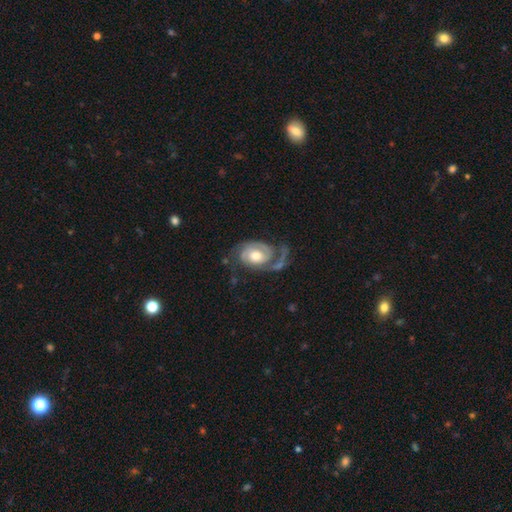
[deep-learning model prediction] featured or disk 84%, smooth 11%, star or artifact 4%. Down the decision tree: edge-on disk — no (97%); bar — no (70%); spiral arms — yes (94%); spiral arm count — 2 (60%); spiral winding — tight (47%); bulge size — moderate (62%); merging — none (46%).